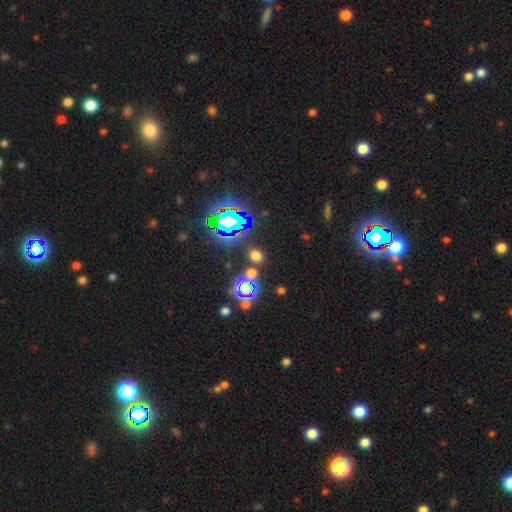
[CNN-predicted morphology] Smooth or featured? smooth (54%)
How rounded? round (68%)
Merging? none (81%)